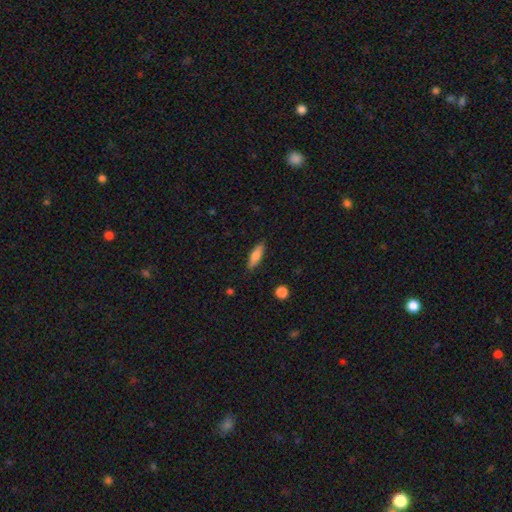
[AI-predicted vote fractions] Smooth or featured?
  - smooth: 71% *
  - featured or disk: 23%
  - star or artifact: 7%
How rounded?
  - in between: 49% * (tied)
  - cigar-shaped: 49% * (tied)
  - round: 2%
Merging?
  - none: 86% *
  - minor disturbance: 10%
  - major disturbance: 2%
  - merger: 1%